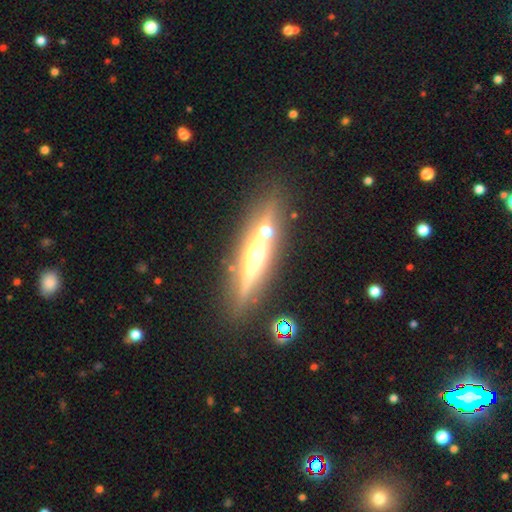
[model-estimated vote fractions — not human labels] Smooth or featured? featured or disk (73%)
Edge-on disk? yes (94%)
Edge-on bulge? rounded (80%)
Merging? none (80%)